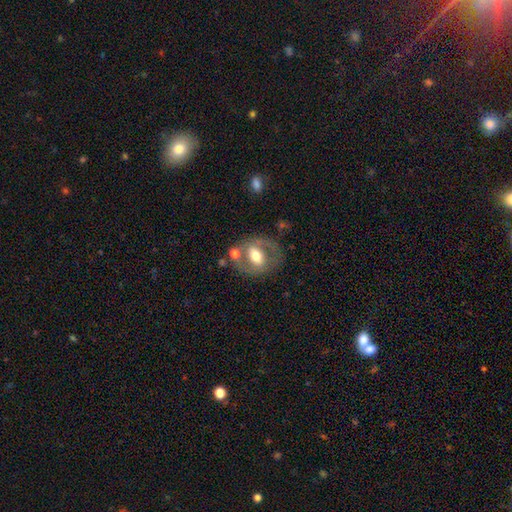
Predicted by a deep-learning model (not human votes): Smooth or featured? Predicted: featured or disk (p=0.58). Edge-on disk? Predicted: no (p=0.93). Bar? Predicted: weak (p=0.36). Spiral arms? Predicted: no (p=0.56). Bulge size? Predicted: moderate (p=0.65). Merging? Predicted: none (p=0.64).